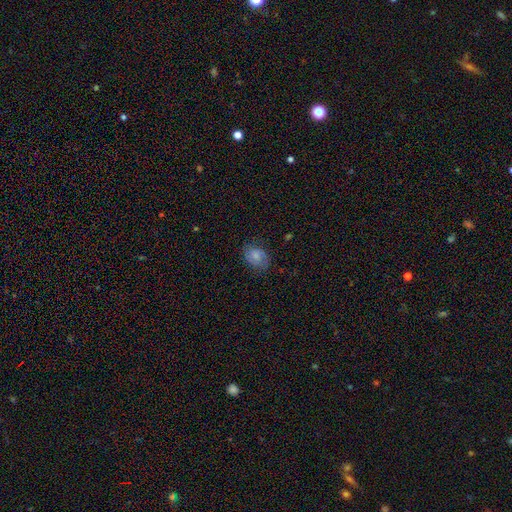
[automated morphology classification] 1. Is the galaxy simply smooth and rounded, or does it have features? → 61% smooth, 30% featured or disk, 9% star or artifact.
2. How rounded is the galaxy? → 71% in between, 28% round, 1% cigar-shaped.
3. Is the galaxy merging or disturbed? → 69% none, 22% minor disturbance, 7% major disturbance, 1% merger.